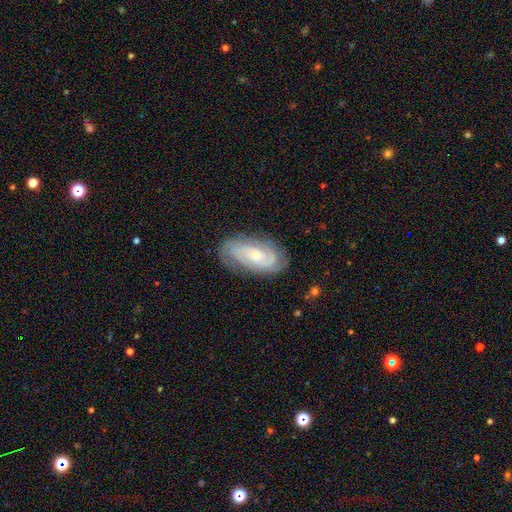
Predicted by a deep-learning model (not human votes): A featured or disk galaxy (81%) with no bar (60%), 2 (52%) tight (60%) spiral arms (96%) and a small central bulge (56%).

Vote fractions:
- Smooth or featured? featured or disk: 81% / smooth: 13% / star or artifact: 6%
- Edge-on disk? no: 96% / yes: 4%
- Bar? no: 60% / weak: 33% / strong: 7%
- Spiral arms? yes: 96% / no: 4%
- Spiral winding? tight: 60% / medium: 32% / loose: 8%
- Spiral arm count? 2: 52% / can't tell: 22% / 3: 15% / 4: 4% / 1: 4% / more than 4: 3%
- Bulge size? small: 56% / moderate: 36% / none: 4% / large: 3% / dominant: 1%
- Merging? none: 78% / minor disturbance: 16% / major disturbance: 5% / merger: 1%